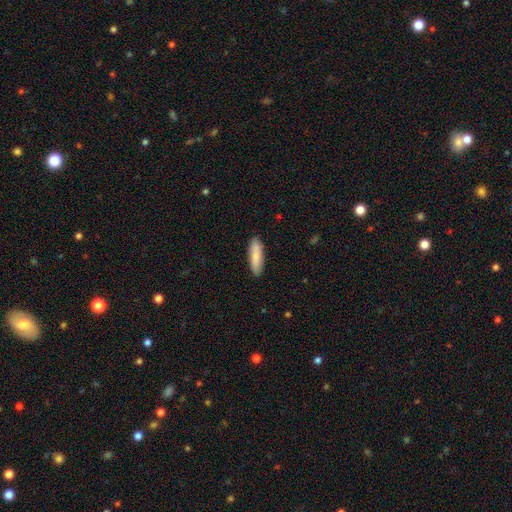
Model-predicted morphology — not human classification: smooth_or_featured: smooth (p=0.84) [alt: featured or disk p=0.10]
how_rounded: cigar-shaped (p=0.62) [alt: in between p=0.36]
merging: none (p=0.88) [alt: minor disturbance p=0.09]